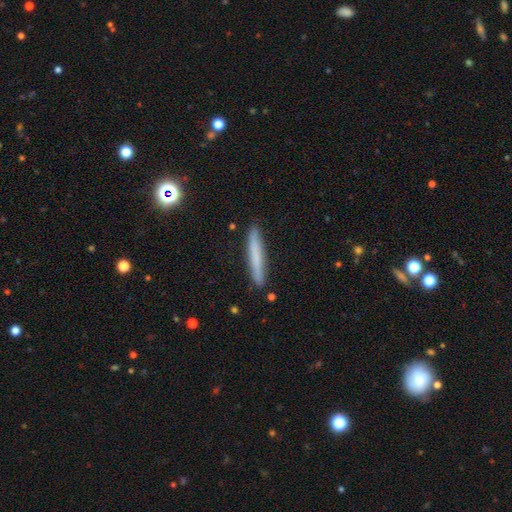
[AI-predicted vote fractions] Smooth or featured?
  - smooth: 68% *
  - featured or disk: 25%
  - star or artifact: 8%
How rounded?
  - cigar-shaped: 96% *
  - in between: 3%
  - round: 1%
Merging?
  - none: 90% *
  - minor disturbance: 7%
  - major disturbance: 1%
  - merger: 1%